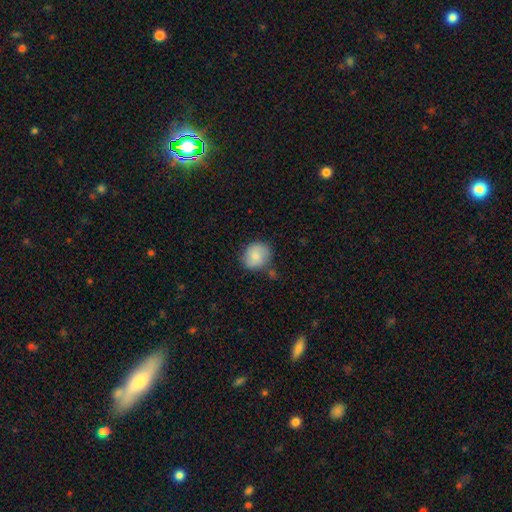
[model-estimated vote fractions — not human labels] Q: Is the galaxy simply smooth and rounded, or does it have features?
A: smooth — 83%.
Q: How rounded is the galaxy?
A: round — 79%.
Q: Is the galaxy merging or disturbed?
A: none — 71%.